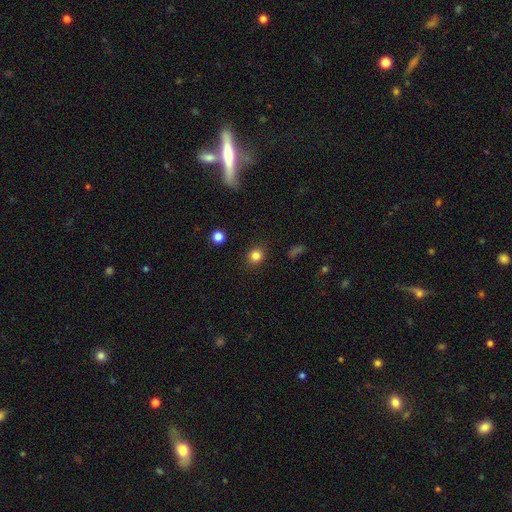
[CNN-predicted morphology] Smooth or featured? Predicted: smooth (p=0.83). How rounded? Predicted: round (p=0.84). Merging? Predicted: none (p=0.90).